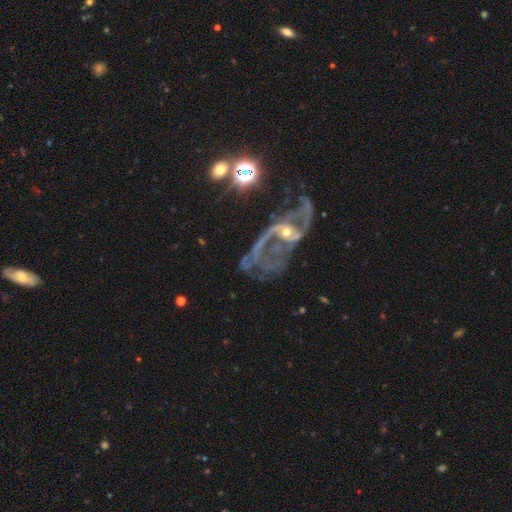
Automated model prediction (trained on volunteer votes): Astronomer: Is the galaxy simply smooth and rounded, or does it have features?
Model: featured or disk — 84%.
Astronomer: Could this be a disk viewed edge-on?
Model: no — 96%.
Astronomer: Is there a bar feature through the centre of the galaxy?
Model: no — 49% (runner-up: weak, 32%).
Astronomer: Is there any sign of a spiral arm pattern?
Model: yes — 88%.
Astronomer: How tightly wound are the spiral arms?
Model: loose — 68%.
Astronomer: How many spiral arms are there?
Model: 2 — 76%.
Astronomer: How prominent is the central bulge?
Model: small — 65%.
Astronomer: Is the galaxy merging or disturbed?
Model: major disturbance — 38% (runner-up: none, 36%).